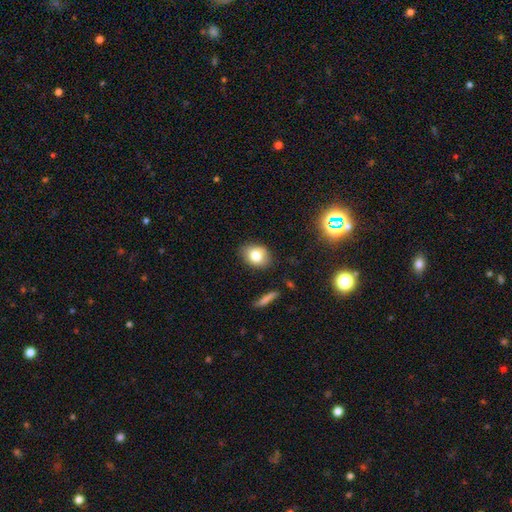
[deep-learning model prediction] smooth_or_featured: smooth (p=0.79) [alt: featured or disk p=0.11]
how_rounded: in between (p=0.62) [alt: round p=0.37]
merging: none (p=0.81) [alt: minor disturbance p=0.15]